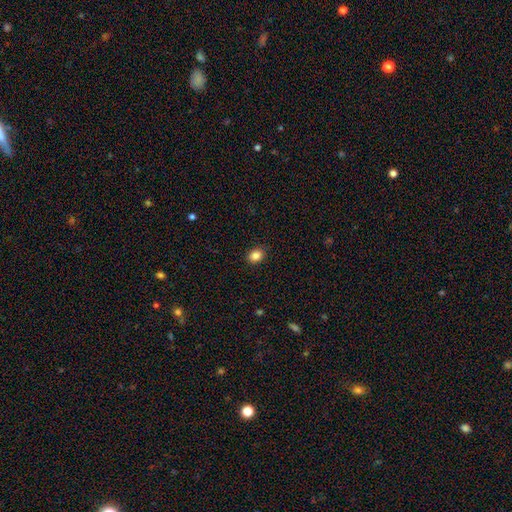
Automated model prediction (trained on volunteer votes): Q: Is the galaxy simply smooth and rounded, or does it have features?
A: smooth — 85%.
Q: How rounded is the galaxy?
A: round — 53%.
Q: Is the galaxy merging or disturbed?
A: none — 89%.